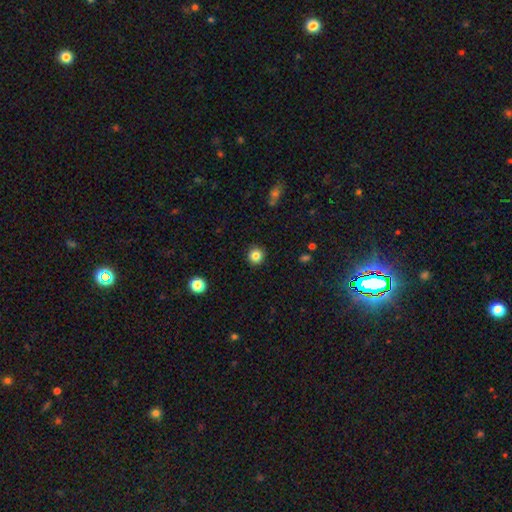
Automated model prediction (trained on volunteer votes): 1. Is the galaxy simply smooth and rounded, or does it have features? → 84% smooth, 11% star or artifact, 5% featured or disk.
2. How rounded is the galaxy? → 94% round, 5% in between, 1% cigar-shaped.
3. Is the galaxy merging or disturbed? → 92% none, 5% minor disturbance, 2% major disturbance, 1% merger.